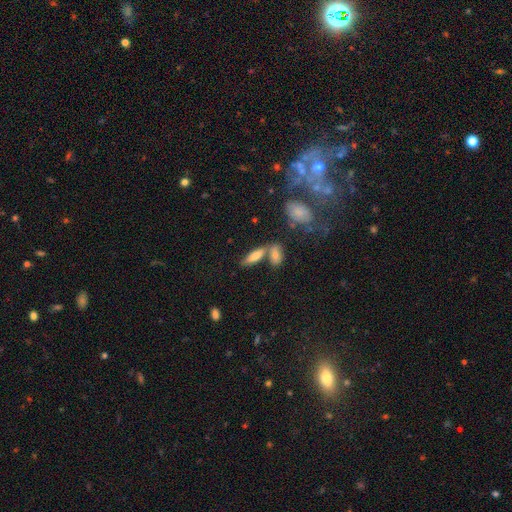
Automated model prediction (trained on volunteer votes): Q: Smooth or featured?
A: smooth (59%); runner-up: featured or disk (26%)
Q: How rounded?
A: in between (50%); runner-up: cigar-shaped (45%)
Q: Merging?
A: none (54%); runner-up: merger (27%)